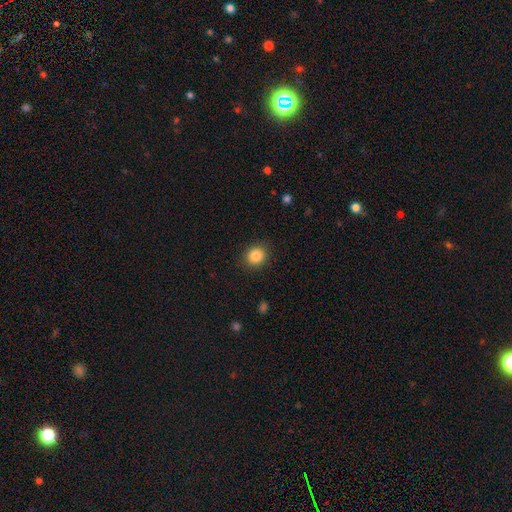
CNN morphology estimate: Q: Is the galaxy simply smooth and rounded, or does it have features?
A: smooth — 86%.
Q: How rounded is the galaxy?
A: round — 80%.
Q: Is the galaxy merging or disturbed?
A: none — 89%.